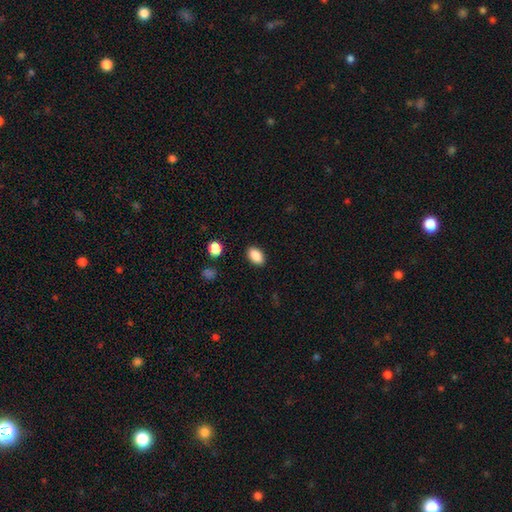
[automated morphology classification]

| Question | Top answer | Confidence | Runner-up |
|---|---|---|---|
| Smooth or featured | smooth | 88% | star or artifact (8%) |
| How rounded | in between | 90% | round (8%) |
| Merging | none | 88% | minor disturbance (8%) |